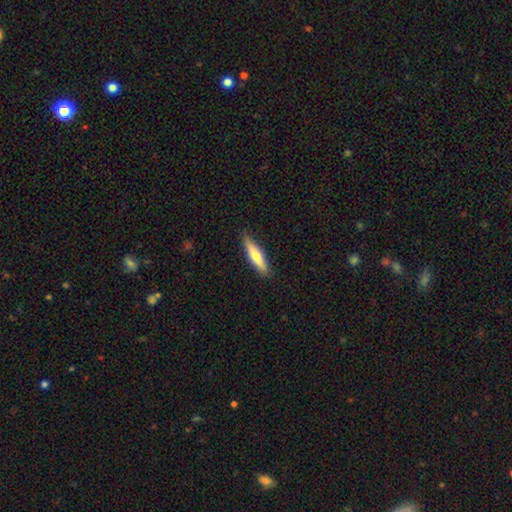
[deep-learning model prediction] Overall: smooth (58%; featured or disk 36%). How rounded: cigar-shaped (82%). Merging: none (89%).